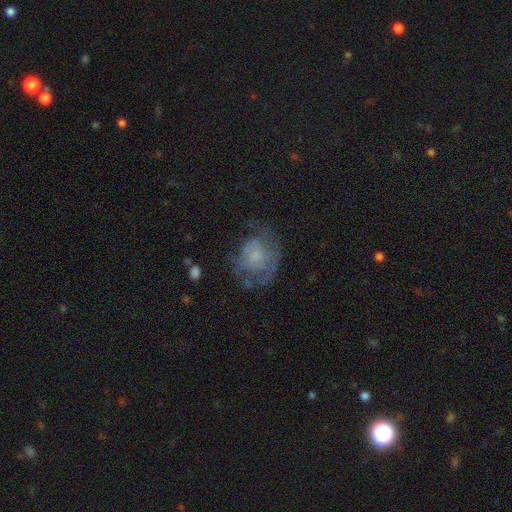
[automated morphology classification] This is possibly a featured or disk galaxy (45%). Merging: possibly none (47%).